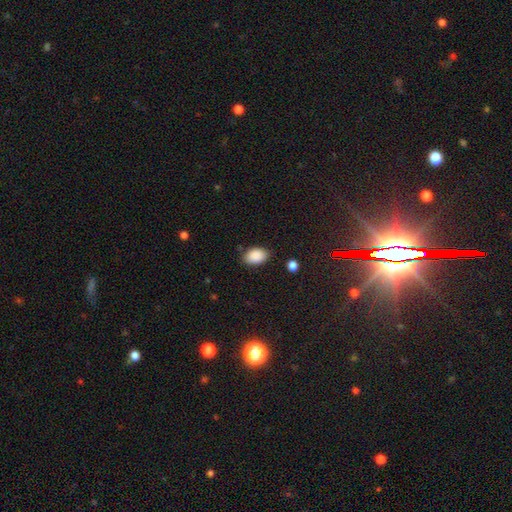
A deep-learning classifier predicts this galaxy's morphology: A smooth galaxy with no disk features (89%) that is in between round and cigar-shaped (87%).

Vote fractions:
- Smooth or featured? smooth: 89% / star or artifact: 7% / featured or disk: 4%
- How rounded? in between: 87% / round: 12% / cigar-shaped: 1%
- Merging? none: 81% / minor disturbance: 14% / major disturbance: 3% / merger: 2%